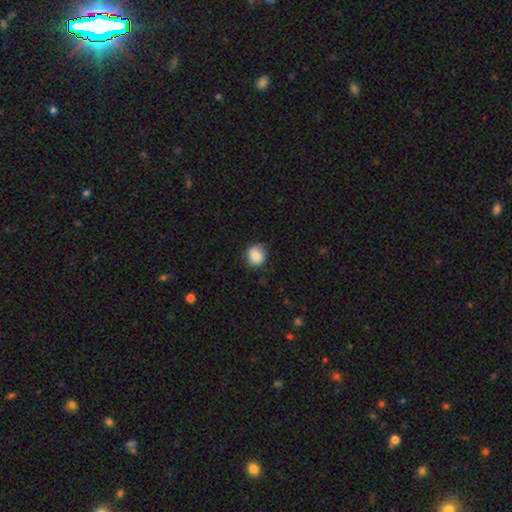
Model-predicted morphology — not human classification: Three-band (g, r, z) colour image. It shows a smooth galaxy with no disk features (85%) that is round (83%). Merging: none (81%).